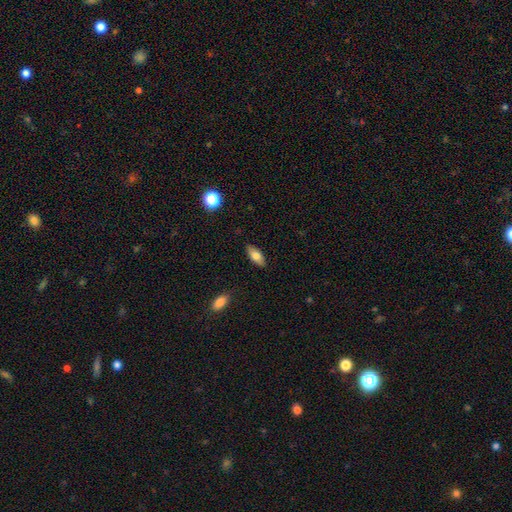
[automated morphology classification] type=smooth (77%); roundness=in between (82%); merging=none (87%).